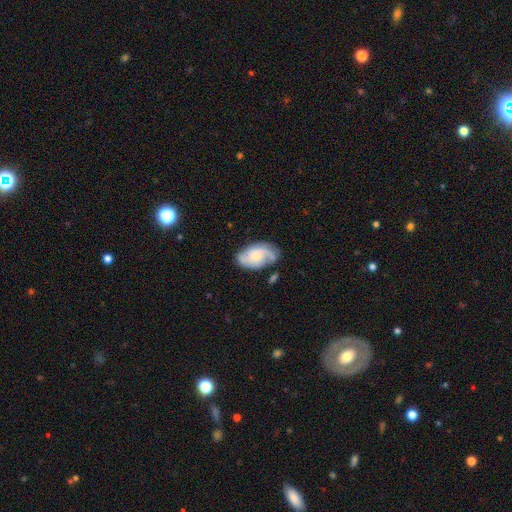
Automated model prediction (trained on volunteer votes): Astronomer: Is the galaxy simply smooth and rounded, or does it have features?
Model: featured or disk — 63%.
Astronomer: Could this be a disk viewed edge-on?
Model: no — 96%.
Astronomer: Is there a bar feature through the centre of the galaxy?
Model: no — 70%.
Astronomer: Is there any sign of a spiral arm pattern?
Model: yes — 90%.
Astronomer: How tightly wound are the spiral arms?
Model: medium — 41% (runner-up: tight, 39%).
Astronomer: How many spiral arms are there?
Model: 2 — 49%.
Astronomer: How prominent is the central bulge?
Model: small — 54%.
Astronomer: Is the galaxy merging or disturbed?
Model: none — 62%.